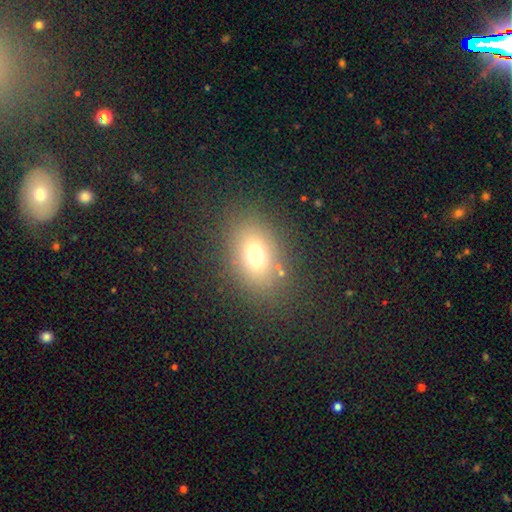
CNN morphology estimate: Smooth or featured? Predicted: smooth (p=0.70). How rounded? Predicted: in between (p=0.69). Merging? Predicted: none (p=0.81).